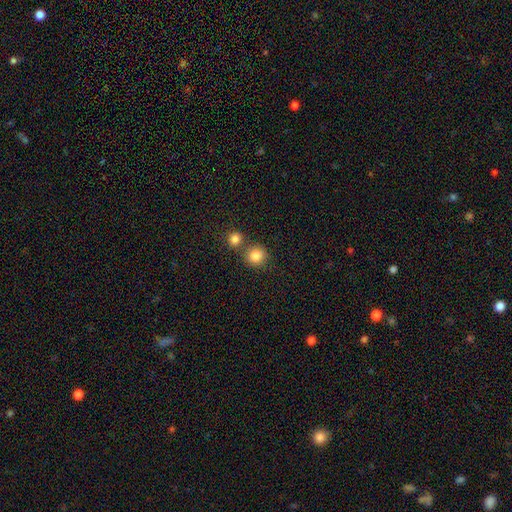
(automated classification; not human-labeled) smooth-or-featured: smooth: 84% | star or artifact: 11% | featured or disk: 5%
  how-rounded: round: 89% | in between: 10% | cigar-shaped: 1%
  merging: none: 65% | merger: 25% | minor disturbance: 8% | major disturbance: 3%